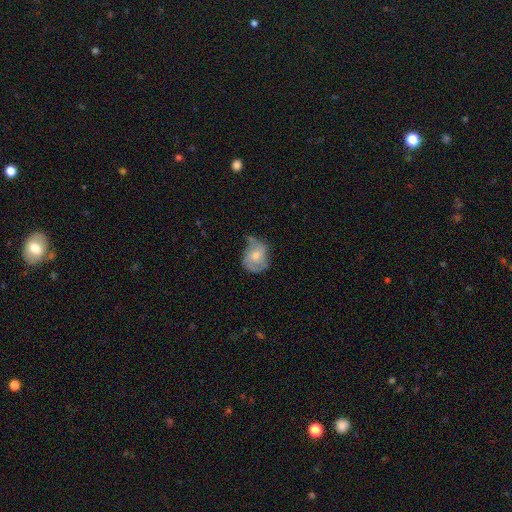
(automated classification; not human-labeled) smooth_or_featured: featured or disk (p=0.53) [alt: smooth p=0.40]
disk_edge_on: no (p=0.97) [alt: yes p=0.03]
bar: no (p=0.69) [alt: weak p=0.26]
has_spiral_arms: yes (p=0.75) [alt: no p=0.25]
bulge_size: moderate (p=0.57) [alt: small p=0.32]
merging: none (p=0.43) [alt: minor disturbance p=0.35]